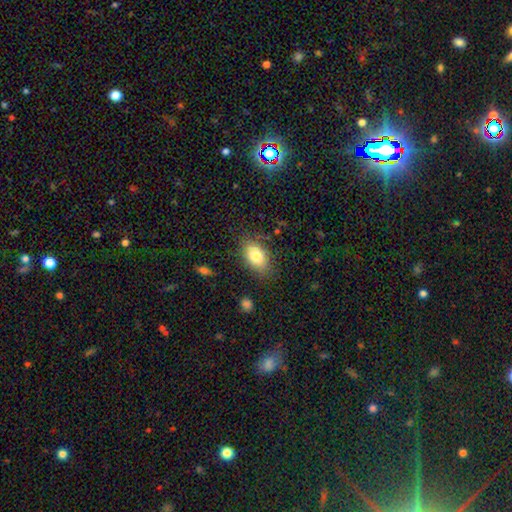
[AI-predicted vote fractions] smooth_or_featured: smooth (p=0.81) [alt: featured or disk p=0.12]
how_rounded: in between (p=0.89) [alt: round p=0.09]
merging: none (p=0.79) [alt: minor disturbance p=0.15]